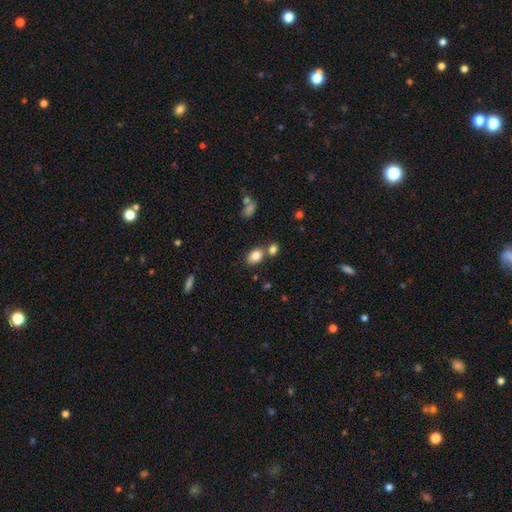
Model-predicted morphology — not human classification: Smooth or featured: smooth — 83% (star or artifact — 9%)
How rounded: in between — 79% (round — 20%)
Merging: none — 61% (merger — 24%)